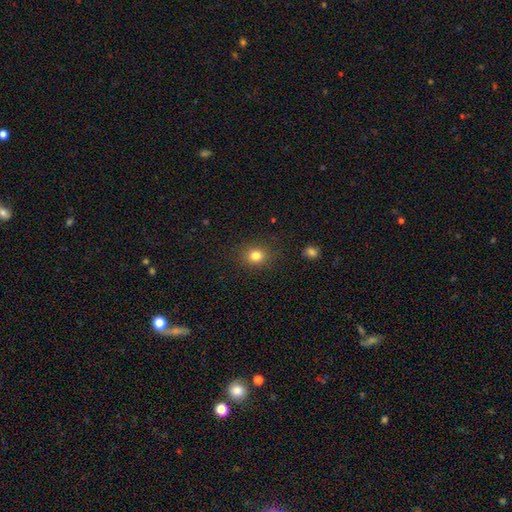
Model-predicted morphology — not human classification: Smooth or featured? smooth (82%)
How rounded? round (72%)
Merging? none (88%)